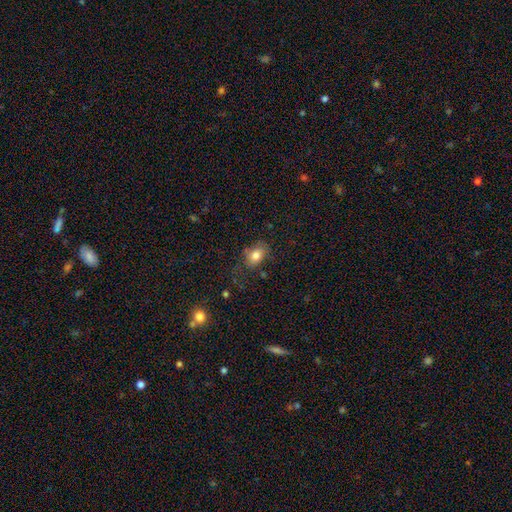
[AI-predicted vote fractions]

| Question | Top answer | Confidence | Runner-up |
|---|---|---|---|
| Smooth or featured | smooth | 81% | featured or disk (10%) |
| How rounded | in between | 75% | round (24%) |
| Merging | none | 64% | minor disturbance (24%) |